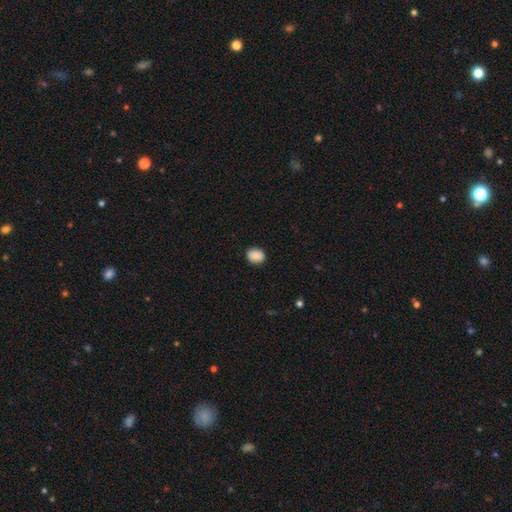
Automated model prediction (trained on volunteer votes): Overall: smooth (88%). How rounded: in between (51%; round 48%). Merging: none (87%).